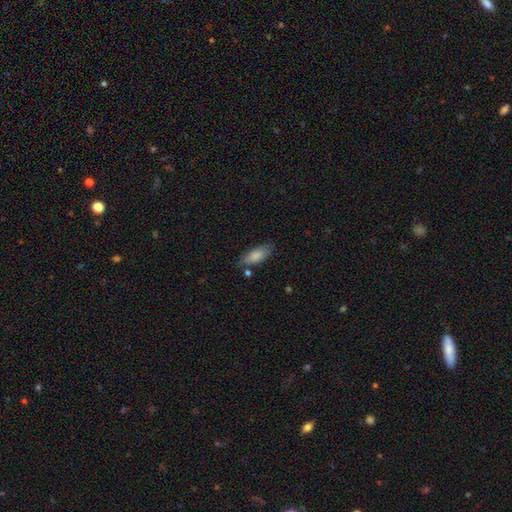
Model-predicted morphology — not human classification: type=smooth (83%); roundness=in between (77%); merging=none (70%).